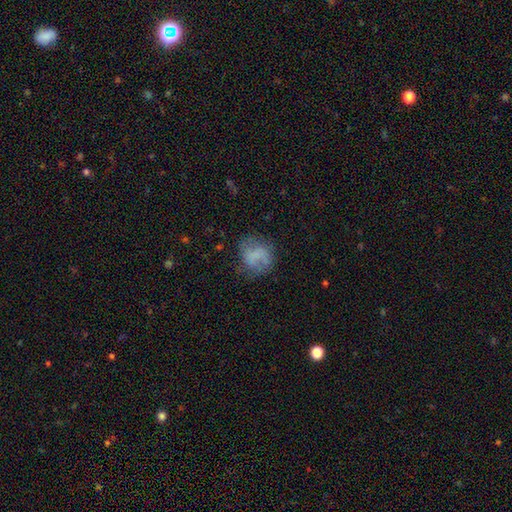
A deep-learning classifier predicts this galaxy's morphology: Overall: smooth (58%; featured or disk 32%). How rounded: round (70%). Merging: none (57%; minor disturbance 23%).